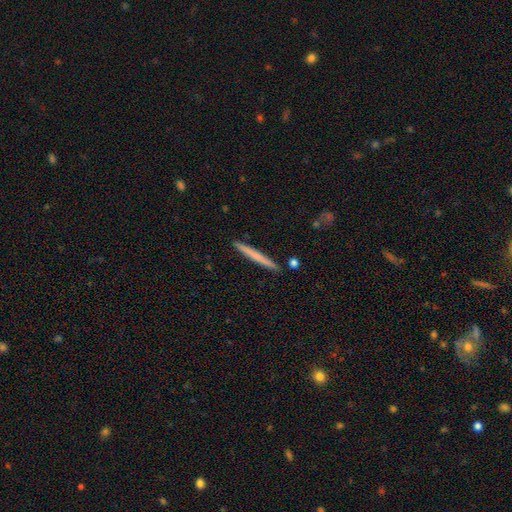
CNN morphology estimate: The model was most divided on "smooth or featured": smooth: 60%, featured or disk: 34%, star or artifact: 6%. More confident: how rounded — cigar-shaped (97%); merging — none (92%).